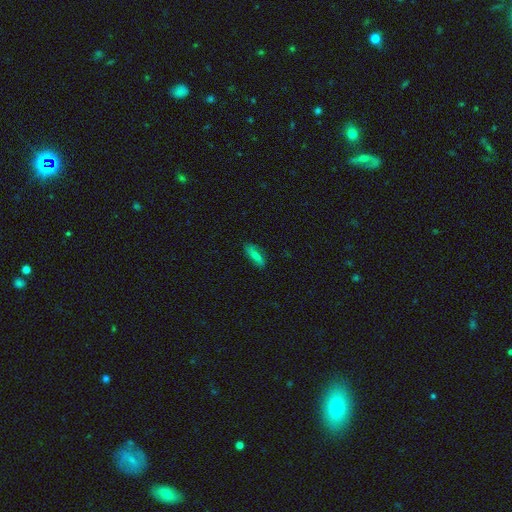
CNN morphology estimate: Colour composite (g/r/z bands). It shows a smooth galaxy with no disk features (65%) that is in between round and cigar-shaped (56%). Merging: none (75%).